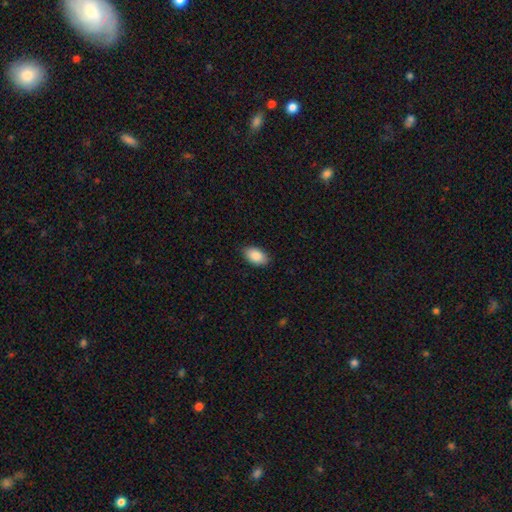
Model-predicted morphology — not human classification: A smooth galaxy with no disk features (89%) that is in between round and cigar-shaped (93%).

Vote fractions:
- Smooth or featured? smooth: 89% / star or artifact: 7% / featured or disk: 5%
- How rounded? in between: 93% / round: 5% / cigar-shaped: 2%
- Merging? none: 87% / minor disturbance: 10% / major disturbance: 2% / merger: 1%